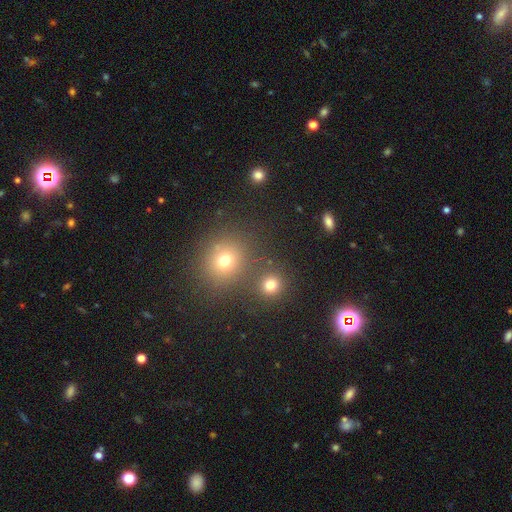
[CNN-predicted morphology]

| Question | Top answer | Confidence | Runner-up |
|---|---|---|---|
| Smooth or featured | smooth | 52% | star or artifact (40%) |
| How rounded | round | 89% | in between (10%) |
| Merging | none | 81% | merger (10%) |